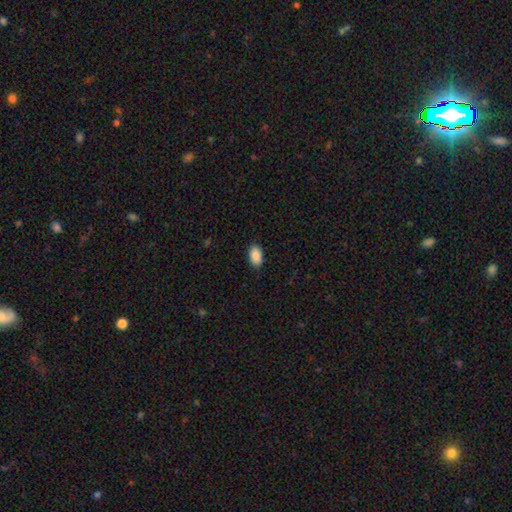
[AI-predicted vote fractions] Smooth or featured?
  - smooth: 90% *
  - star or artifact: 7%
  - featured or disk: 3%
How rounded?
  - in between: 94% *
  - round: 5%
  - cigar-shaped: 2%
Merging?
  - none: 89% *
  - minor disturbance: 8%
  - major disturbance: 2%
  - merger: 1%